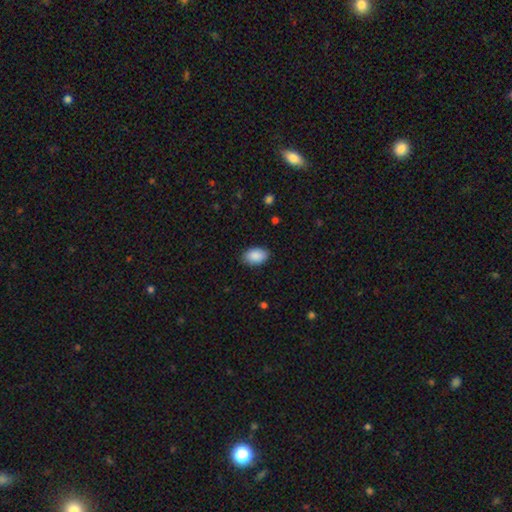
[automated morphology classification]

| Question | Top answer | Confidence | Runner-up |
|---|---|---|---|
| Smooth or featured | smooth | 90% | star or artifact (6%) |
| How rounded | in between | 92% | round (7%) |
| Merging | none | 87% | minor disturbance (10%) |